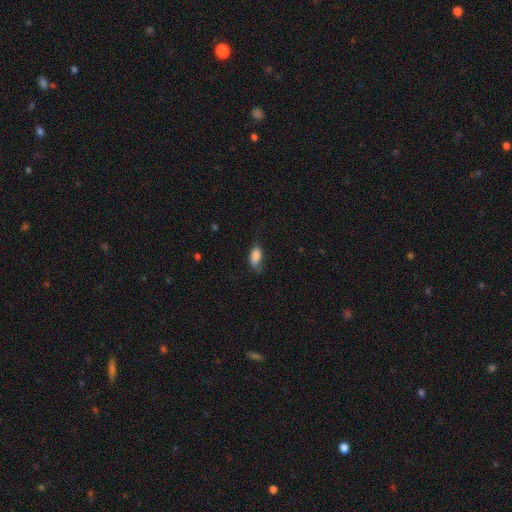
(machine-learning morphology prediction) A smooth galaxy with no disk features (85%) that is in between round and cigar-shaped (89%).

Vote fractions:
- Smooth or featured? smooth: 85% / star or artifact: 8% / featured or disk: 7%
- How rounded? in between: 89% / cigar-shaped: 7% / round: 4%
- Merging? none: 56% / minor disturbance: 31% / major disturbance: 11% / merger: 2%